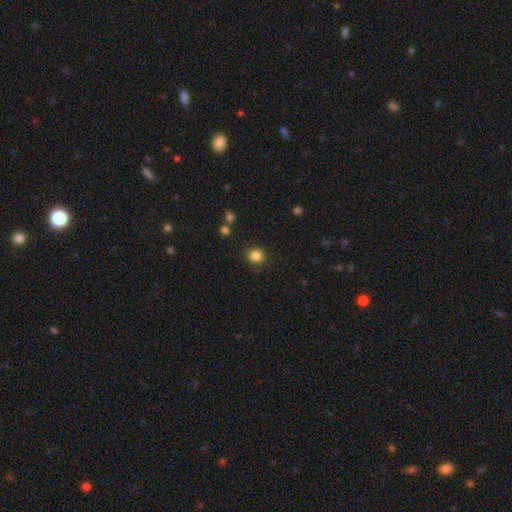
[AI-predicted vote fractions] Overall: smooth (84%). How rounded: round (85%). Merging: none (87%).